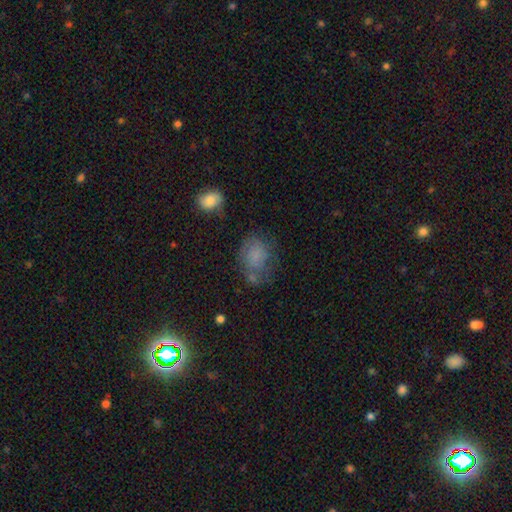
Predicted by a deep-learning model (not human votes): Smooth or featured?
  - smooth: 69% *
  - featured or disk: 19%
  - star or artifact: 12%
How rounded?
  - in between: 56% *
  - round: 43%
  - cigar-shaped: 1%
Merging?
  - none: 48% *
  - minor disturbance: 25%
  - major disturbance: 17%
  - merger: 10%